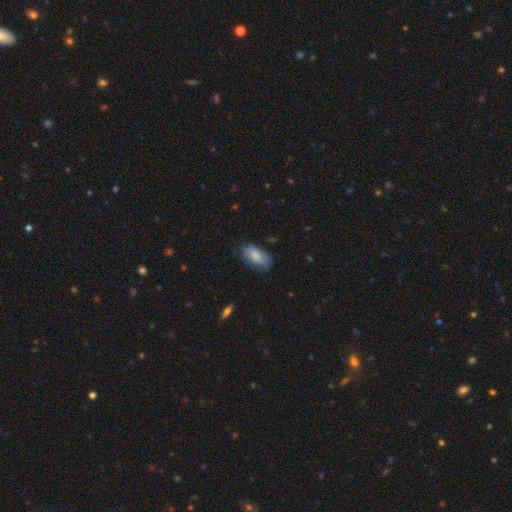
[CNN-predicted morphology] A smooth galaxy with no disk features (74%) that is in between round and cigar-shaped (92%). Merging: none (71%).